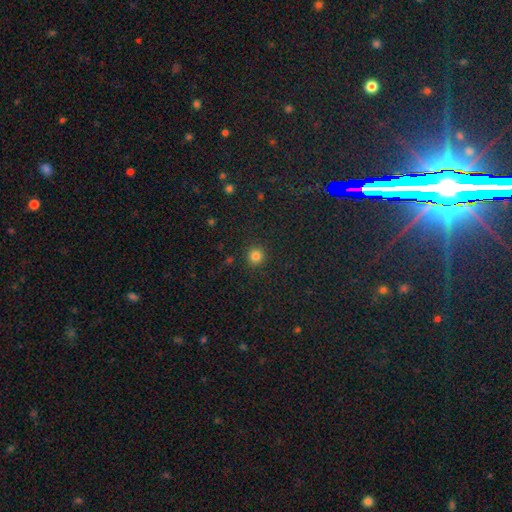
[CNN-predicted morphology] Smooth or featured? smooth (83%)
How rounded? round (93%)
Merging? none (91%)